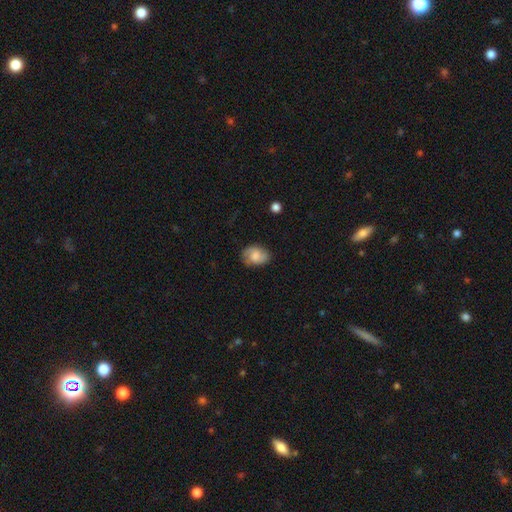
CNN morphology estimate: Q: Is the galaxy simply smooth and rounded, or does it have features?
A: smooth — 63%.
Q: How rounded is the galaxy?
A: in between — 70%.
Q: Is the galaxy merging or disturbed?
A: none — 70%.